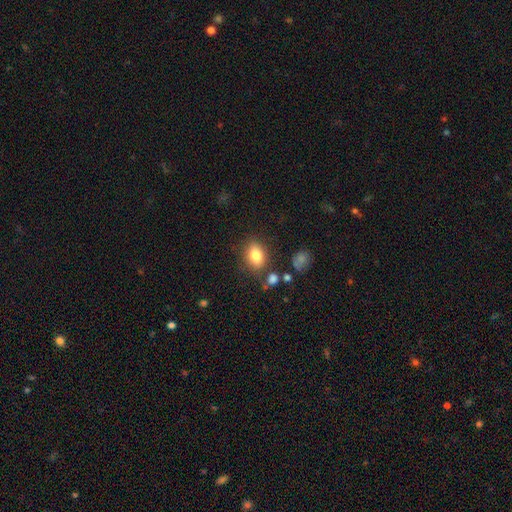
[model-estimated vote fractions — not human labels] This appears to be a smooth galaxy with no disk features (82%) that is in between round and cigar-shaped (75%). Merging: none (76%).